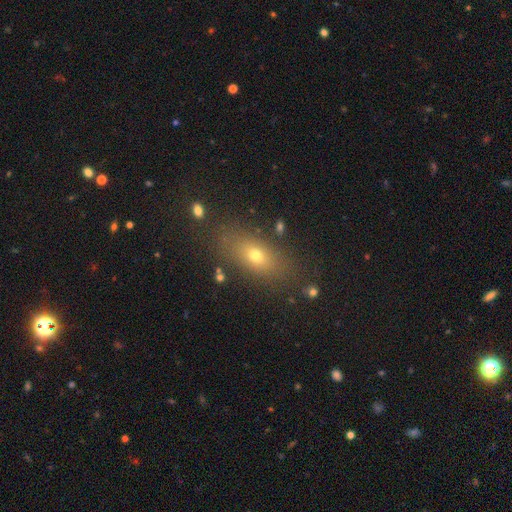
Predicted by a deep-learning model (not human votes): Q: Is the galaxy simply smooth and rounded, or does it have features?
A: smooth — 67%.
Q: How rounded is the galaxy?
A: in between — 74%.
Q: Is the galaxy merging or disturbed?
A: none — 81%.